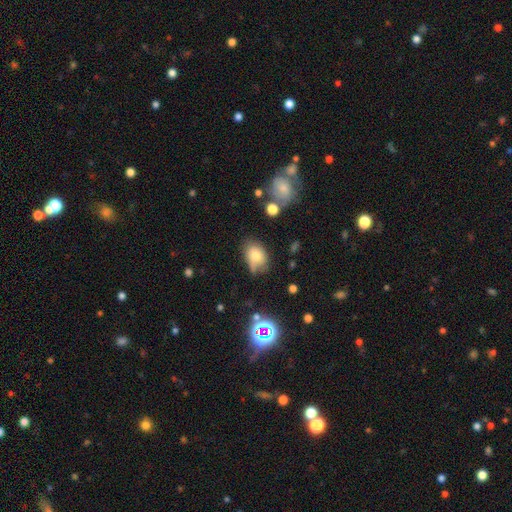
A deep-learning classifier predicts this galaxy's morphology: Smooth or featured? smooth (73%)
How rounded? in between (75%)
Merging? none (50%)